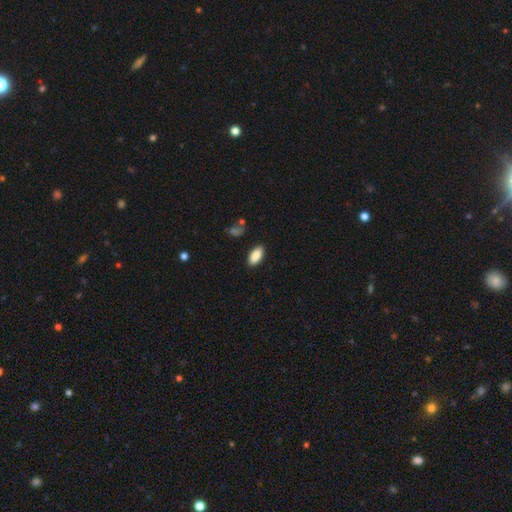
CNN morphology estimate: A smooth galaxy with no disk features (88%) that is in between round and cigar-shaped (89%). Merging: none (87%).